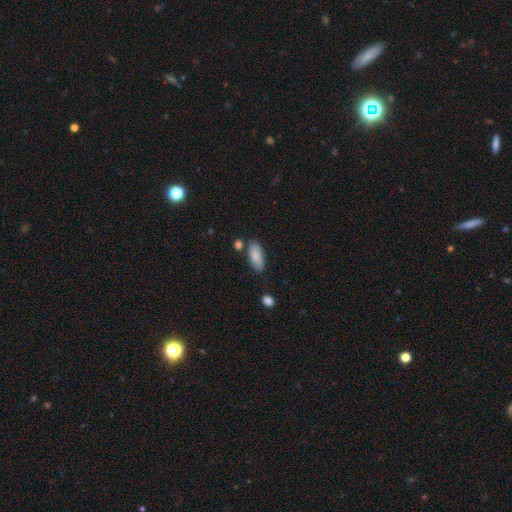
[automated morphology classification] A smooth galaxy with no disk features (86%) that is in between round and cigar-shaped (88%).

Vote fractions:
- Smooth or featured? smooth: 86% / featured or disk: 7% / star or artifact: 6%
- How rounded? in between: 88% / cigar-shaped: 10% / round: 2%
- Merging? none: 77% / minor disturbance: 14% / merger: 6% / major disturbance: 3%